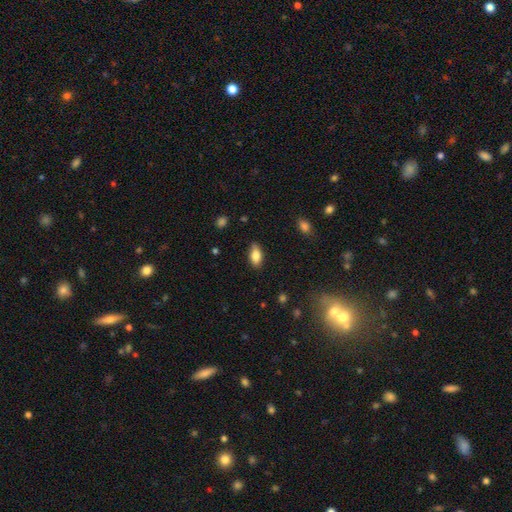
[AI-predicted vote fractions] Overall: smooth (83%). How rounded: in between (88%). Merging: none (81%).